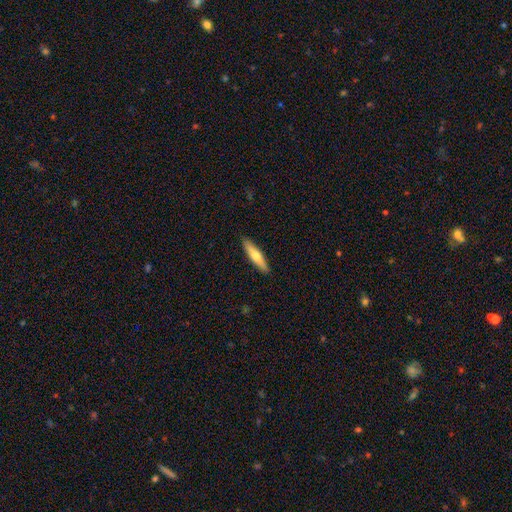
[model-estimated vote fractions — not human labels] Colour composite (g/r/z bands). It shows a smooth galaxy with no disk features (55%) that is cigar-shaped (77%). Merging: none (91%).